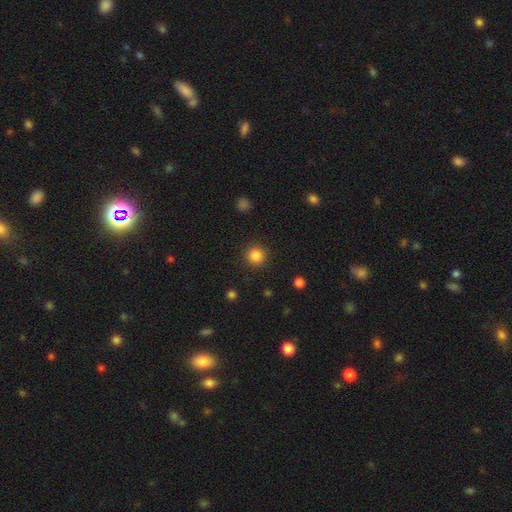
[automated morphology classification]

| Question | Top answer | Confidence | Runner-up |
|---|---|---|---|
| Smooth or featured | smooth | 85% | star or artifact (11%) |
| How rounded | round | 94% | in between (5%) |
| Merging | none | 91% | minor disturbance (6%) |